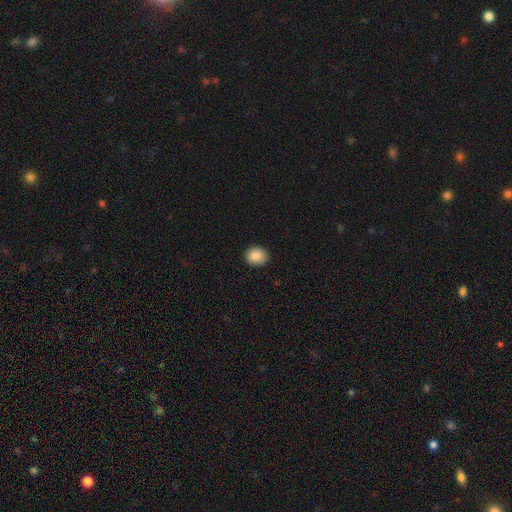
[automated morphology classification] smooth_or_featured: smooth (p=0.87) [alt: star or artifact p=0.09]
how_rounded: round (p=0.68) [alt: in between p=0.31]
merging: none (p=0.90) [alt: minor disturbance p=0.08]